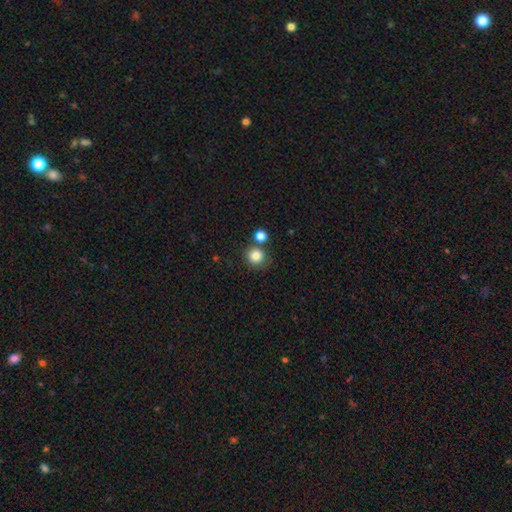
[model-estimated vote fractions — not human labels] Smooth or featured? smooth (84%)
How rounded? round (92%)
Merging? none (71%)